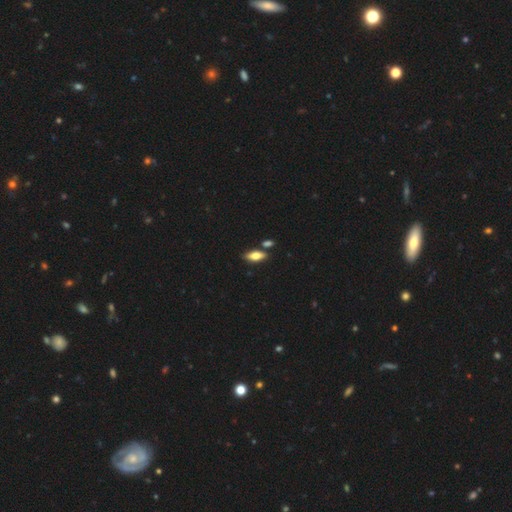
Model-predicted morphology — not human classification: Smooth or featured: smooth — 69% (featured or disk — 24%)
How rounded: in between — 75% (cigar-shaped — 22%)
Merging: none — 77% (minor disturbance — 11%)